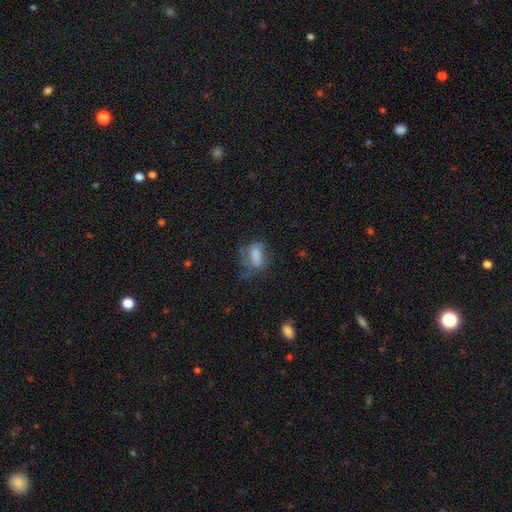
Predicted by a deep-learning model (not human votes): This appears to be a smooth galaxy with no disk features (68%) that is in between round and cigar-shaped (82%). Merging: none (36%).